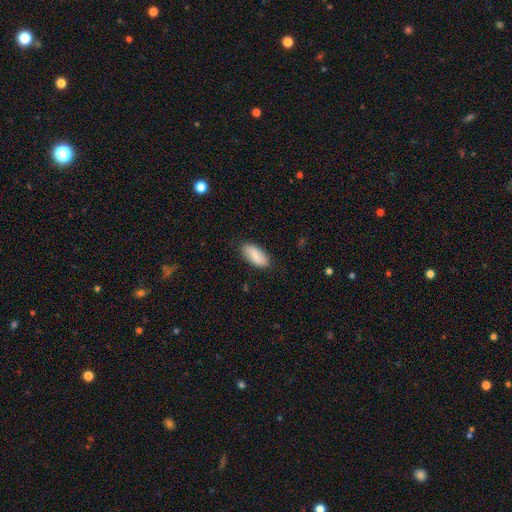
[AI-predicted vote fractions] A smooth galaxy with no disk features (80%) that is in between round and cigar-shaped (90%). Merging: none (85%).